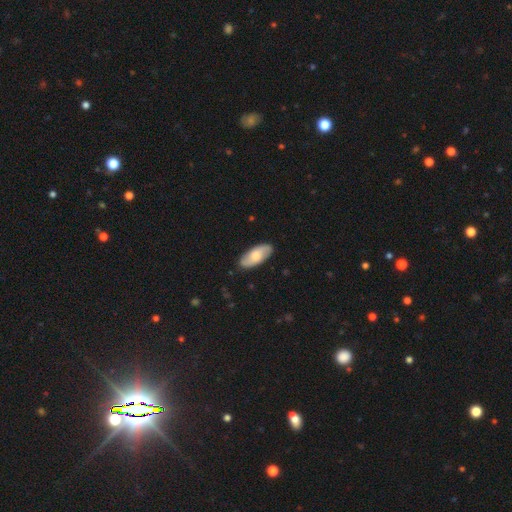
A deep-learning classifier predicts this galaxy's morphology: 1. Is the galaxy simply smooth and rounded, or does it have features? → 57% smooth, 38% featured or disk, 5% star or artifact.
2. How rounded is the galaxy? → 87% in between, 11% cigar-shaped, 2% round.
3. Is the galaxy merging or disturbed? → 87% none, 10% minor disturbance, 2% major disturbance, 1% merger.